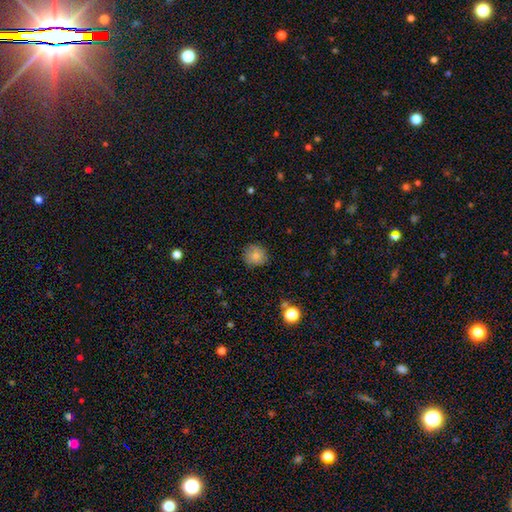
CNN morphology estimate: Overall: smooth (80%). How rounded: round (88%). Merging: none (82%).